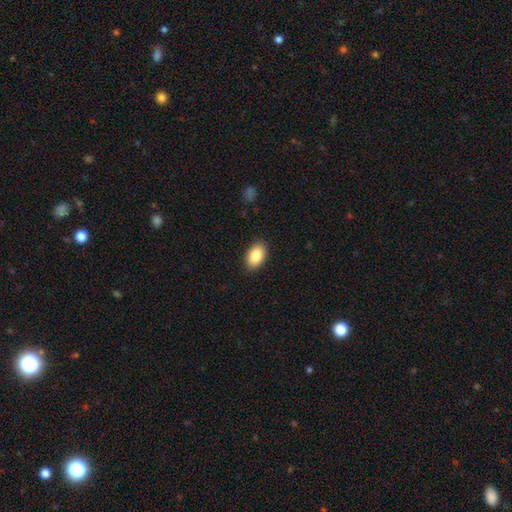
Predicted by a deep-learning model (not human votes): This is clearly a smooth galaxy (87%). How rounded: clearly in between (93%). Merging: clearly none (89%).